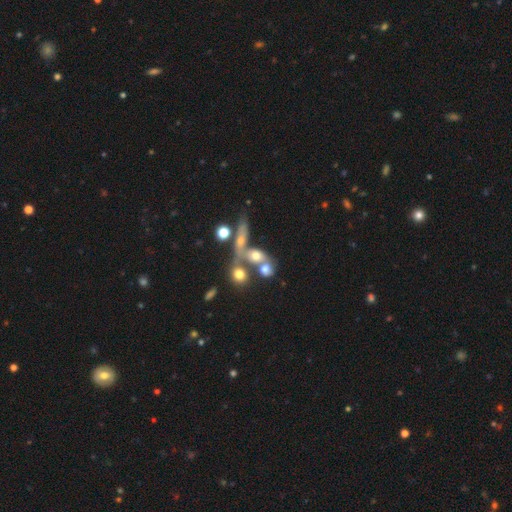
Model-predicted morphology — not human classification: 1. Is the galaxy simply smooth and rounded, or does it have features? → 55% smooth, 31% featured or disk, 15% star or artifact.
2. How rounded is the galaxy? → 47% in between, 40% round, 13% cigar-shaped.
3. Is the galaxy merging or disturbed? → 50% merger, 30% none, 11% minor disturbance, 9% major disturbance.